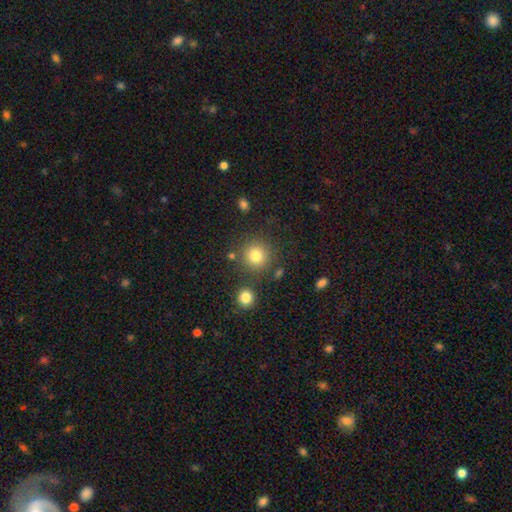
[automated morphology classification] A smooth galaxy with no disk features (81%) that is round (92%).

Vote fractions:
- Smooth or featured? smooth: 81% / star or artifact: 12% / featured or disk: 7%
- How rounded? round: 92% / in between: 7% / cigar-shaped: 1%
- Merging? none: 81% / minor disturbance: 9% / merger: 7% / major disturbance: 4%